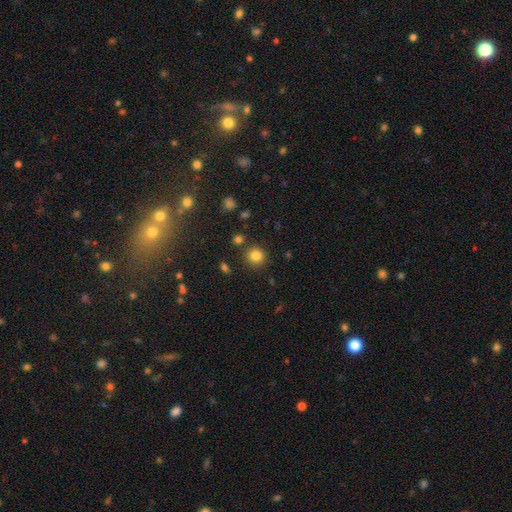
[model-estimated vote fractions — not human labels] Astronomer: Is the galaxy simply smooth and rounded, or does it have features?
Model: smooth — 82%.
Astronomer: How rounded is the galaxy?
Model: round — 90%.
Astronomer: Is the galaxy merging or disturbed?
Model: none — 86%.